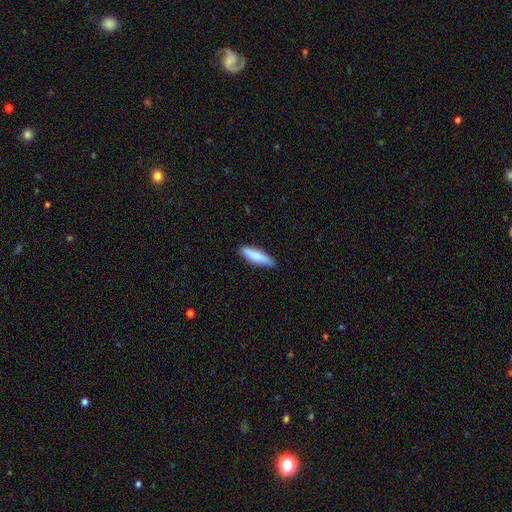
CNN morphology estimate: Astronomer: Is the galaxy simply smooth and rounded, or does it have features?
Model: smooth — 83%.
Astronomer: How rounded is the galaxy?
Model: cigar-shaped — 59% (runner-up: in between, 39%).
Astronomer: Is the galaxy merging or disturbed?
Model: none — 78%.